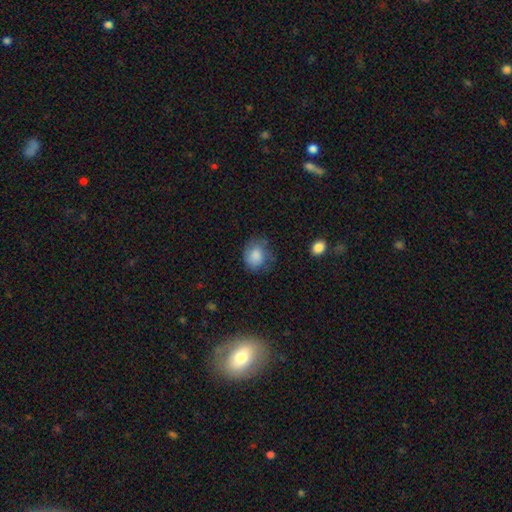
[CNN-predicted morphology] Smooth or featured? smooth (79%)
How rounded? round (64%)
Merging? none (55%)